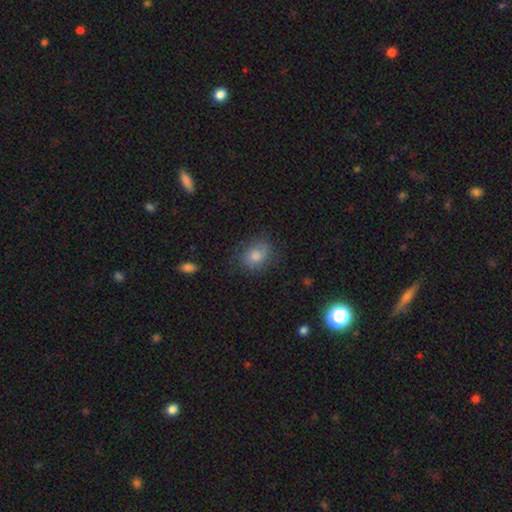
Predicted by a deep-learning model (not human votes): The model was most divided on "how rounded": in between: 57%, round: 42%, cigar-shaped: 1%. More confident: merging — none (75%); smooth or featured — smooth (72%).